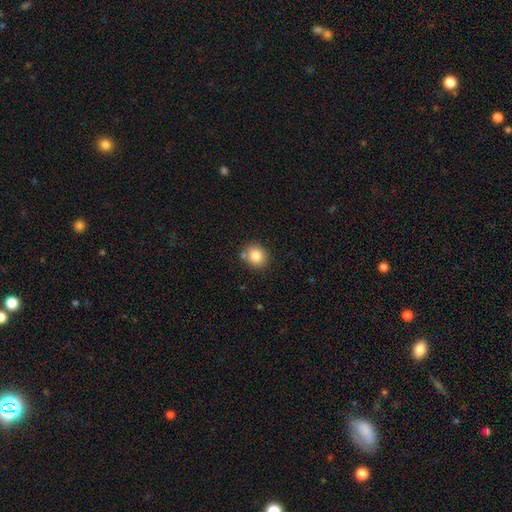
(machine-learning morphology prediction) Q: Smooth or featured?
A: smooth (82%); runner-up: star or artifact (10%)
Q: How rounded?
A: round (80%); runner-up: in between (19%)
Q: Merging?
A: none (77%); runner-up: minor disturbance (12%)